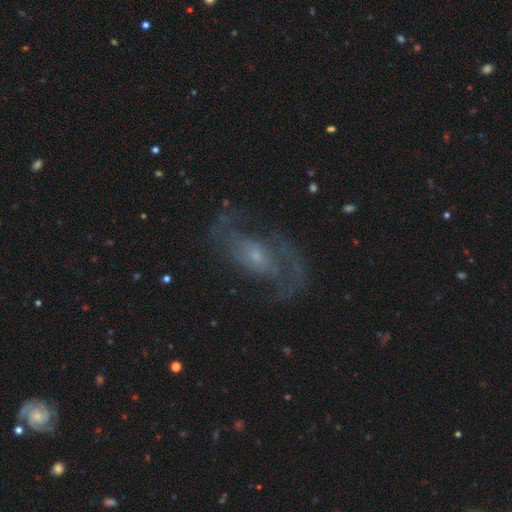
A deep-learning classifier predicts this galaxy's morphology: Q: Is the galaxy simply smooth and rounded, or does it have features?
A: featured or disk — 81%.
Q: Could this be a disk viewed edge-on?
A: no — 95%.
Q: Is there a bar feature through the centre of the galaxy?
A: no — 54%.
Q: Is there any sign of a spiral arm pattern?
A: yes — 89%.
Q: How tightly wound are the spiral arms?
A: medium — 49%.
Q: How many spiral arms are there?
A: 2 — 81%.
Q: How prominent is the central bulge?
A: small — 66%.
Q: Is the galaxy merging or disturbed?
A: none — 66%.